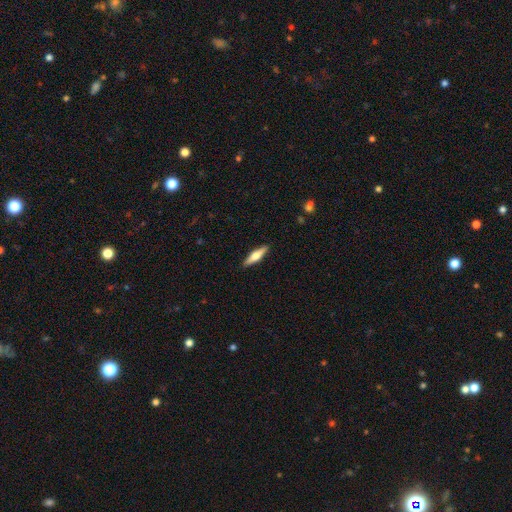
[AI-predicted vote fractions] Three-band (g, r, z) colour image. It shows a featured or disk galaxy (49%). Merging: none (91%).